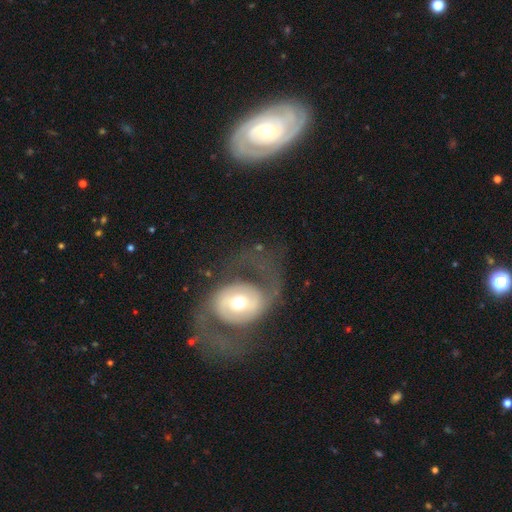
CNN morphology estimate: Smooth or featured? featured or disk (74%)
Edge-on disk? no (95%)
Bar? no (53%)
Spiral arms? yes (78%)
Spiral winding? medium (43%)
Spiral arm count? 2 (85%)
Bulge size? moderate (61%)
Merging? none (57%)